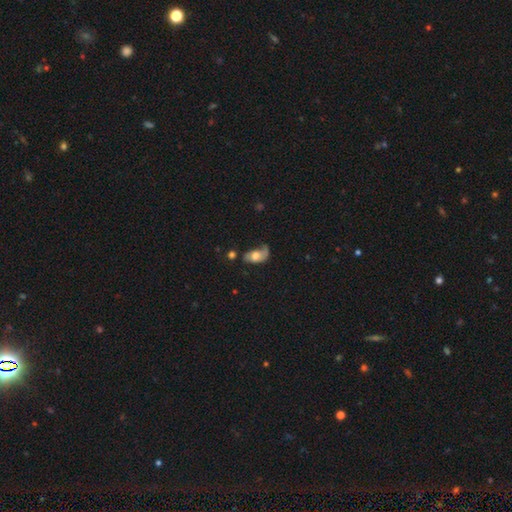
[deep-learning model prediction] Smooth or featured? smooth (47%)
Merging? major disturbance (33%)